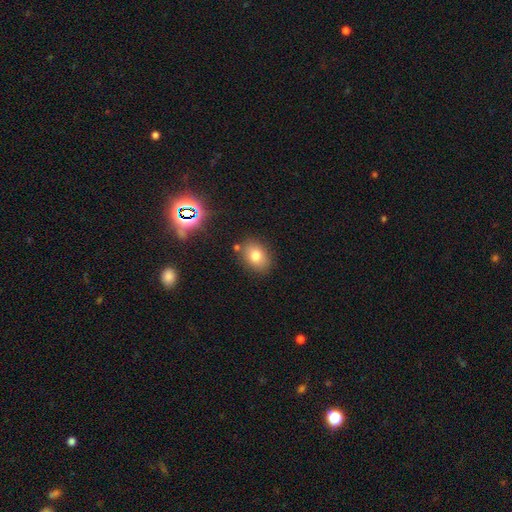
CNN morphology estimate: type=smooth (77%); roundness=in between (65%); merging=none (80%).